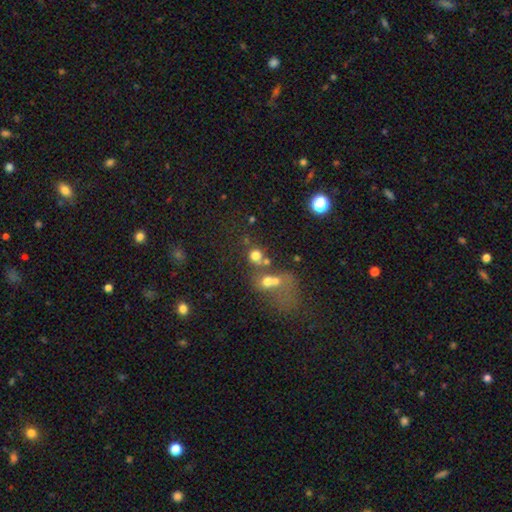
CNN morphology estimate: This appears to be a smooth galaxy with no disk features (70%) that is round (83%). Merging: none (44%).